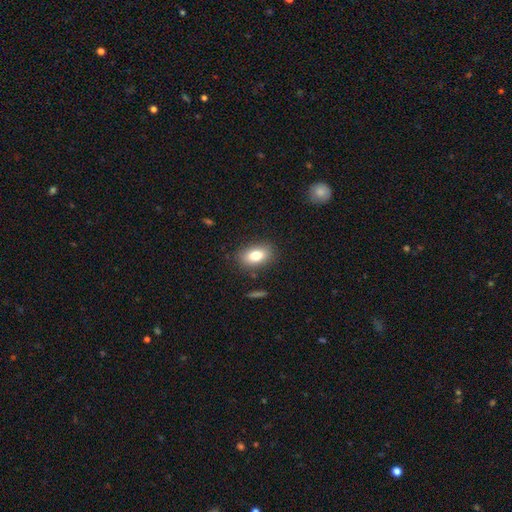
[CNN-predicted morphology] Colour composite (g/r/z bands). It shows a smooth galaxy with no disk features (79%) that is in between round and cigar-shaped (85%). Merging: none (85%).